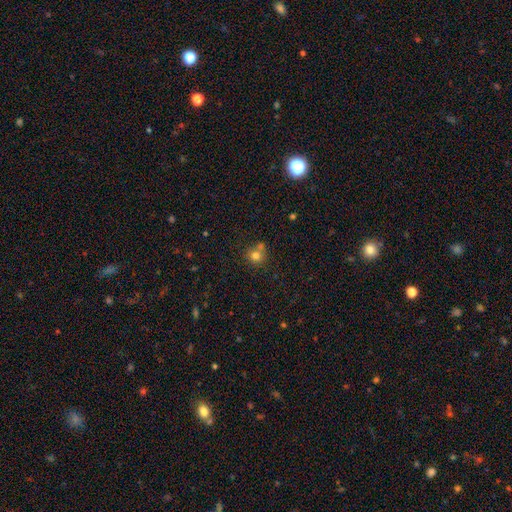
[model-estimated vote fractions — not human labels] Smooth or featured? Predicted: smooth (p=0.77). How rounded? Predicted: round (p=0.87). Merging? Predicted: none (p=0.58).